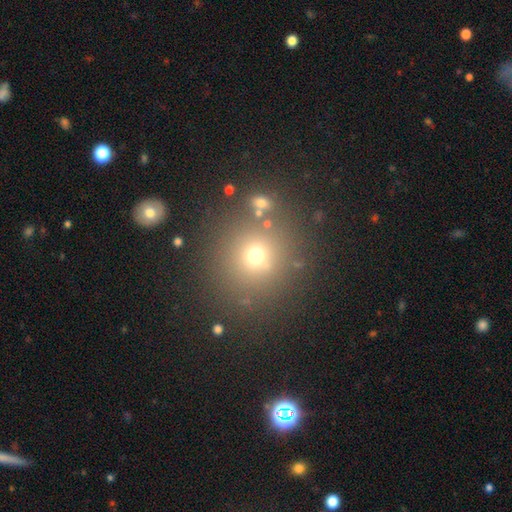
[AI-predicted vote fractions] smooth-or-featured: smooth: 65% | star or artifact: 23% | featured or disk: 12%
  how-rounded: round: 90% | in between: 9% | cigar-shaped: 1%
  merging: none: 79% | minor disturbance: 9% | merger: 7% | major disturbance: 5%